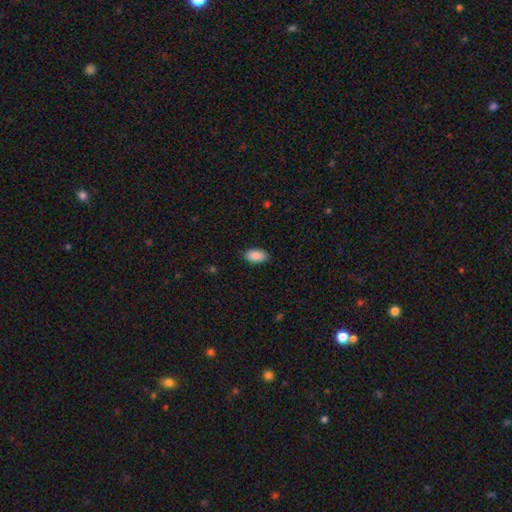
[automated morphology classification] A smooth galaxy with no disk features (90%) that is in between round and cigar-shaped (95%). Merging: none (87%).